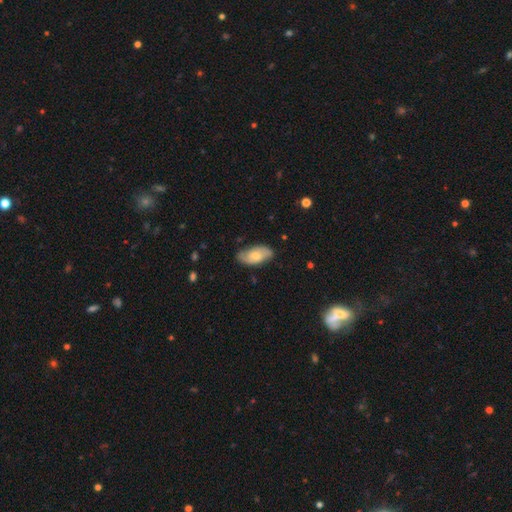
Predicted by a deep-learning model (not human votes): A smooth galaxy with no disk features (54%) that is in between round and cigar-shaped (93%).

Vote fractions:
- Smooth or featured? smooth: 54% / featured or disk: 40% / star or artifact: 6%
- How rounded? in between: 93% / cigar-shaped: 4% / round: 3%
- Merging? none: 74% / minor disturbance: 21% / major disturbance: 4% / merger: 1%